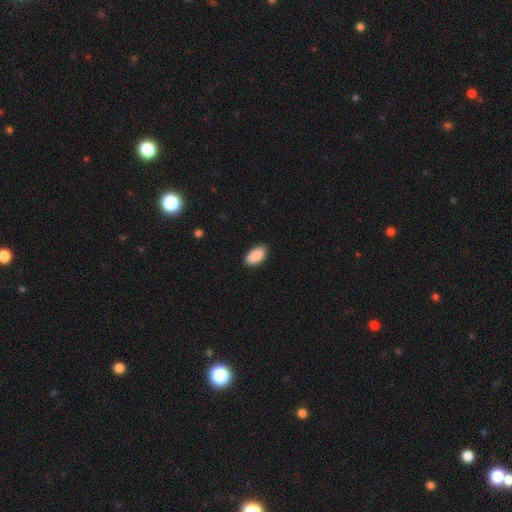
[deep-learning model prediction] smooth_or_featured: smooth (p=0.90) [alt: star or artifact p=0.07]
how_rounded: in between (p=0.94) [alt: round p=0.04]
merging: none (p=0.79) [alt: minor disturbance p=0.17]